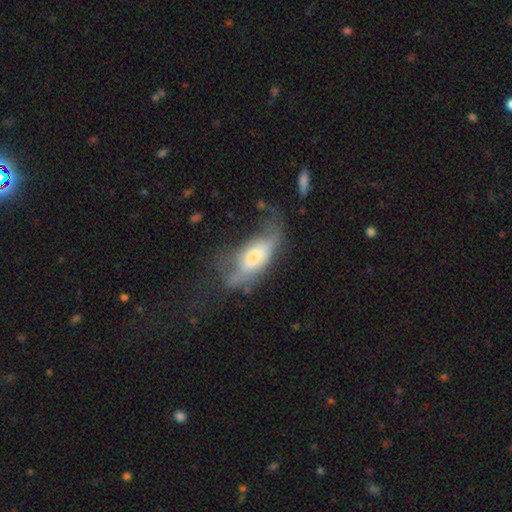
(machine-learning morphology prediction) This is possibly a smooth galaxy (49%). Merging: marginally major disturbance (41%).